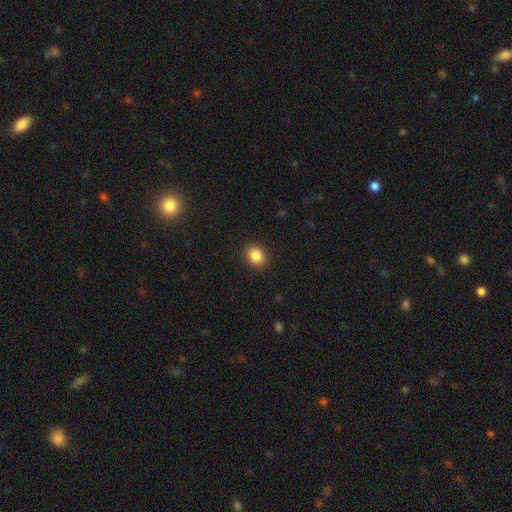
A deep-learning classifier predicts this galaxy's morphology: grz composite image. It shows a smooth galaxy with no disk features (86%) that is round (63%). Merging: none (90%).